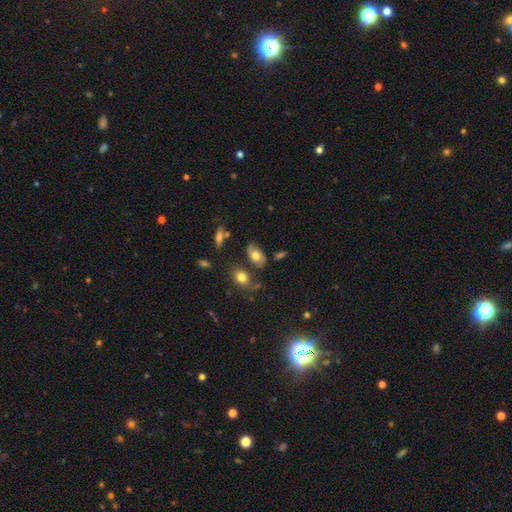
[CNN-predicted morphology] Smooth or featured? smooth (68%)
How rounded? in between (91%)
Merging? none (70%)